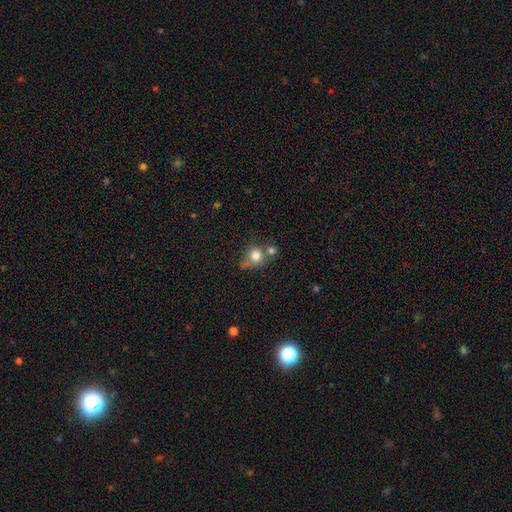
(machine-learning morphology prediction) This appears to be a smooth galaxy with no disk features (78%) that is round (80%). Merging: none (42%).